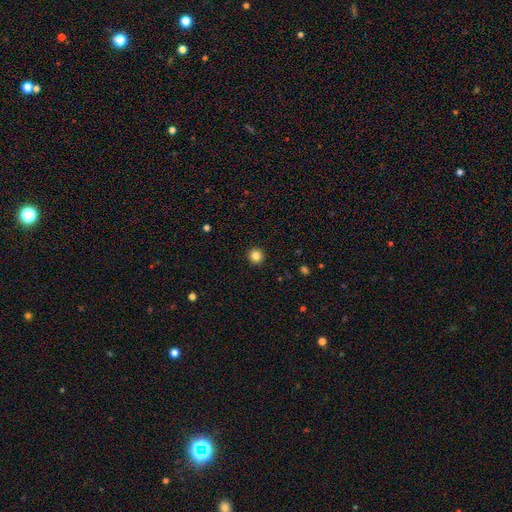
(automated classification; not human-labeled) This appears to be a smooth galaxy with no disk features (84%) that is round (95%). Merging: none (93%).